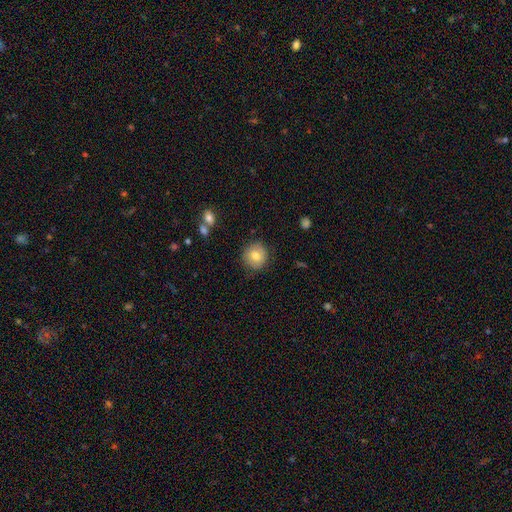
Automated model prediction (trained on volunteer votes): The model was most divided on "smooth or featured": smooth: 77%, featured or disk: 14%, star or artifact: 8%. More confident: how rounded — round (91%); merging — none (85%).